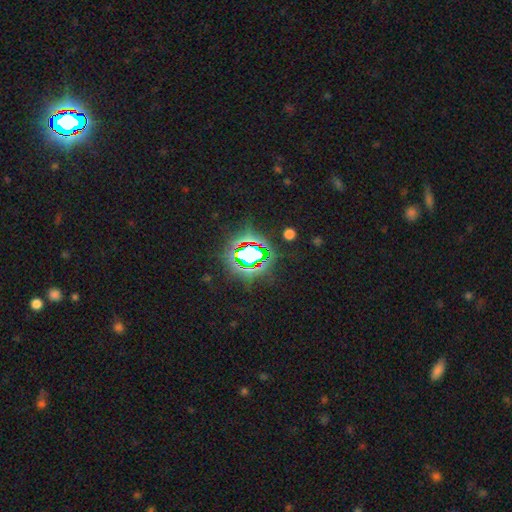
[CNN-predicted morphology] A star or artifact, not a galaxy (80%).

Vote fractions:
- Smooth or featured? star or artifact: 80% / smooth: 12% / featured or disk: 8%